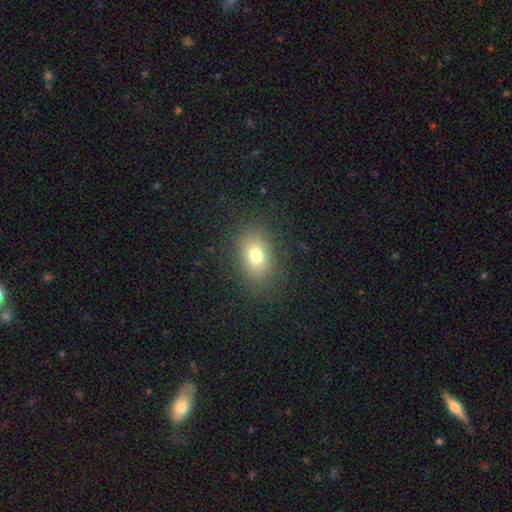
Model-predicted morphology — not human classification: Q: Smooth or featured?
A: smooth (75%); runner-up: star or artifact (13%)
Q: How rounded?
A: in between (70%); runner-up: round (29%)
Q: Merging?
A: none (84%); runner-up: minor disturbance (10%)